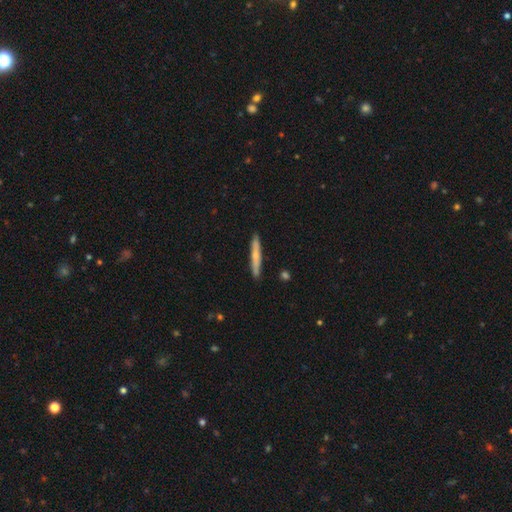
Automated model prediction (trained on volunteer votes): This appears to be a smooth galaxy with no disk features (60%) that is cigar-shaped (96%). Merging: none (90%).